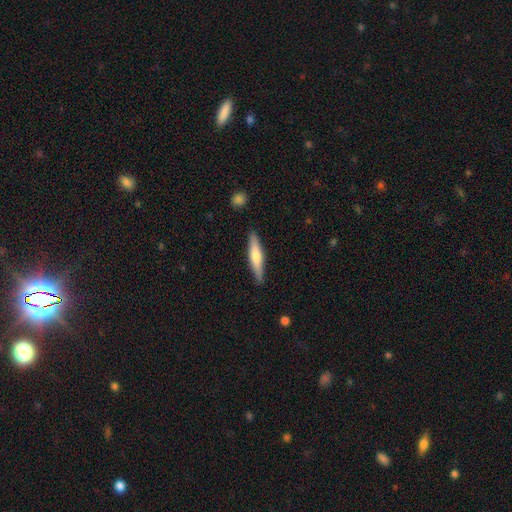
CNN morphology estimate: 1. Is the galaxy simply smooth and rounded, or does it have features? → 55% smooth, 39% featured or disk, 5% star or artifact.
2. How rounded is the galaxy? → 88% cigar-shaped, 11% in between, 1% round.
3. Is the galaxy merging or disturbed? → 89% none, 8% minor disturbance, 2% major disturbance, 1% merger.